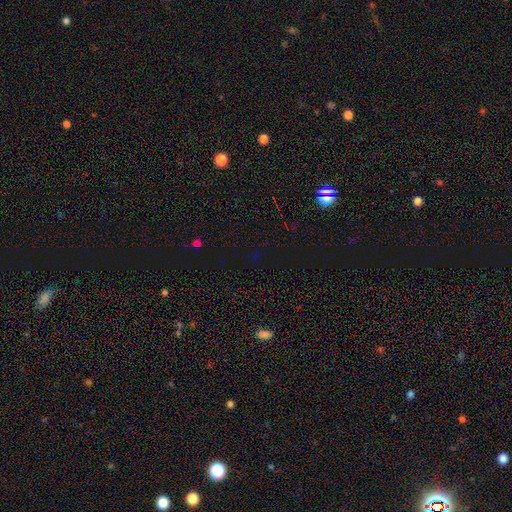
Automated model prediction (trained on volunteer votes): Morphology: type=star or artifact (75%).